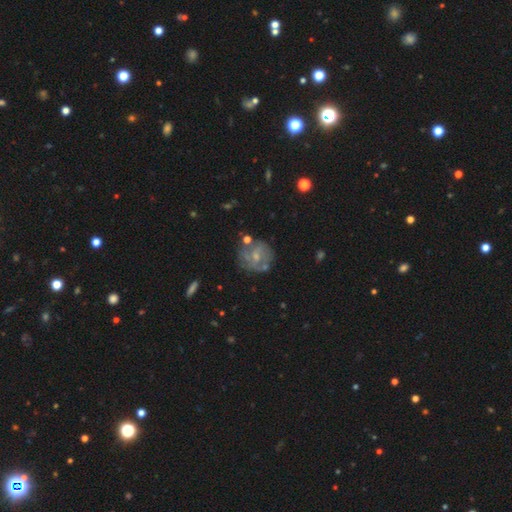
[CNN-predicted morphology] This is likely a featured or disk galaxy (62%). It is clearly not viewed edge-on (97%). Bar: possibly no (54%). Spiral arm pattern: possibly yes (57%). Central bulge: possibly small (51%). Merging: likely none (61%).